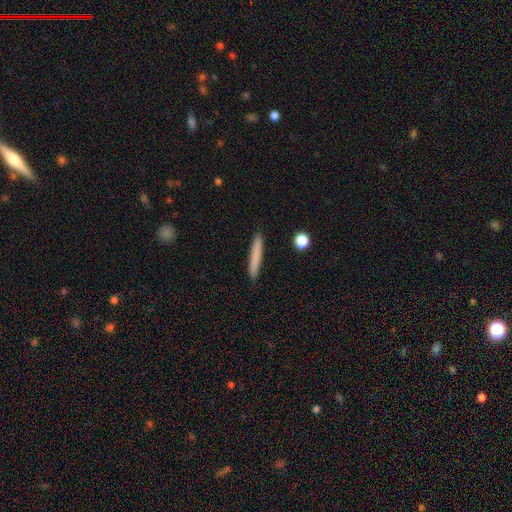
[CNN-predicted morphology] smooth-or-featured: smooth: 78% | featured or disk: 16% | star or artifact: 6%
  how-rounded: cigar-shaped: 96% | in between: 3% | round: 1%
  merging: none: 91% | minor disturbance: 6% | major disturbance: 1% | merger: 1%